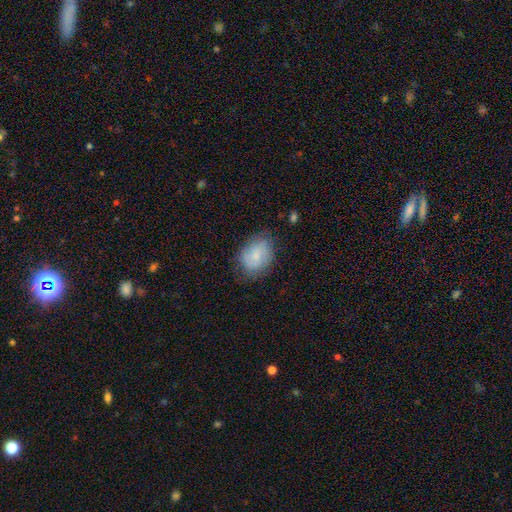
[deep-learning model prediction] smooth_or_featured: smooth (p=0.71) [alt: featured or disk p=0.22]
how_rounded: in between (p=0.68) [alt: round p=0.31]
merging: none (p=0.71) [alt: minor disturbance p=0.22]